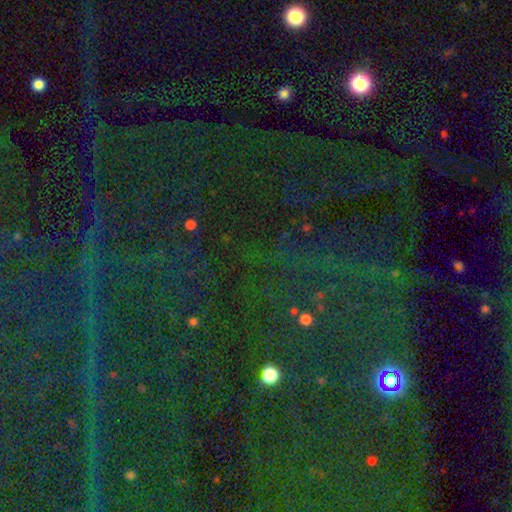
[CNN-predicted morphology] This appears to be a star or artifact, not a galaxy (79%).